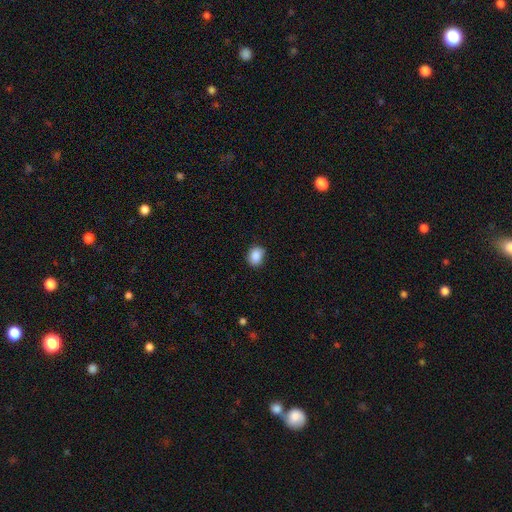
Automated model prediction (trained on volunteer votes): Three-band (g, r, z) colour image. It shows a smooth galaxy with no disk features (87%) that is in between round and cigar-shaped (51%). Merging: none (79%).